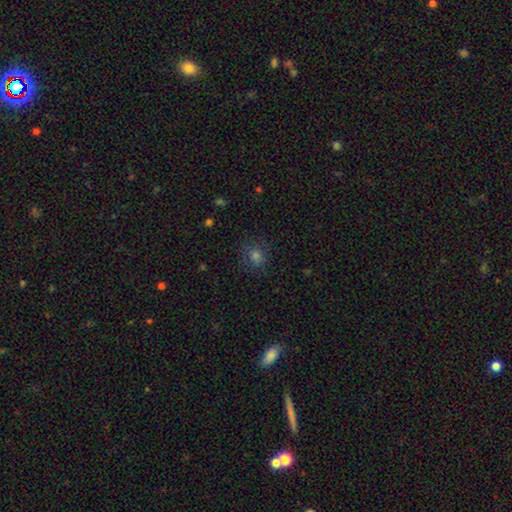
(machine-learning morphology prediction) smooth 68%, star or artifact 22%, featured or disk 10%. Down the decision tree: how rounded — round (78%); merging — none (80%).